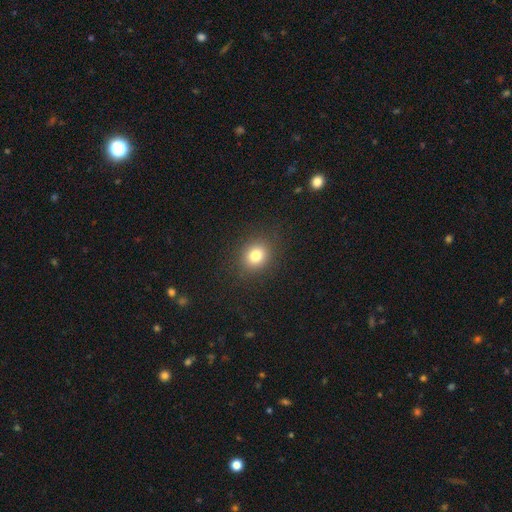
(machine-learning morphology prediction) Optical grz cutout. It shows a smooth galaxy with no disk features (80%) that is round (76%). Merging: none (89%).